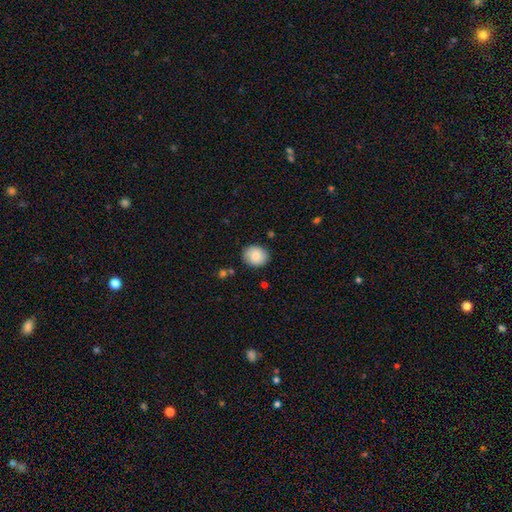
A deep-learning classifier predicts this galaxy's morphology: smooth-or-featured: smooth: 81% | featured or disk: 11% | star or artifact: 7%
  how-rounded: round: 74% | in between: 25% | cigar-shaped: 1%
  merging: none: 86% | minor disturbance: 10% | major disturbance: 2% | merger: 2%